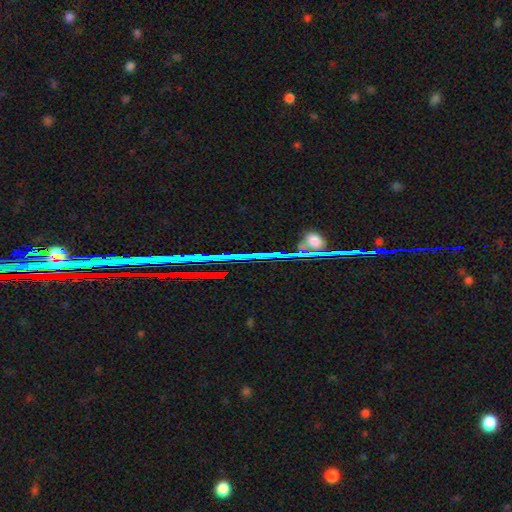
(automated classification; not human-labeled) Q: Smooth or featured?
A: star or artifact (73%); runner-up: featured or disk (15%)